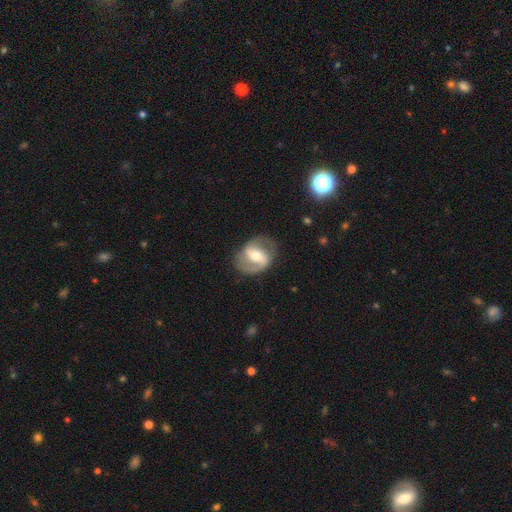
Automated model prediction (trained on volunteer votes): smooth-or-featured: featured or disk: 80% | smooth: 15% | star or artifact: 5%
  disk-edge-on: no: 97% | yes: 3%
    bar: weak: 42% | strong: 38% | no: 20%
    has-spiral-arms: yes: 89% | no: 11%
      spiral-winding: medium: 49% | loose: 32% | tight: 19%
      spiral-arm-count: 2: 89% | can't tell: 5% | 1: 3% | 3: 1% | 4: 1% | more than 4: 1%
    bulge-size: moderate: 65% | small: 26% | large: 7% | none: 1% | dominant: 1%
  merging: none: 79% | minor disturbance: 13% | major disturbance: 6% | merger: 1%